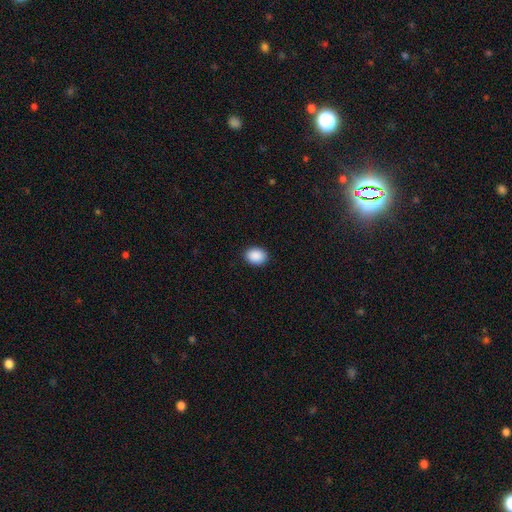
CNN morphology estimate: A smooth galaxy with no disk features (90%) that is in between round and cigar-shaped (63%). Merging: none (91%).